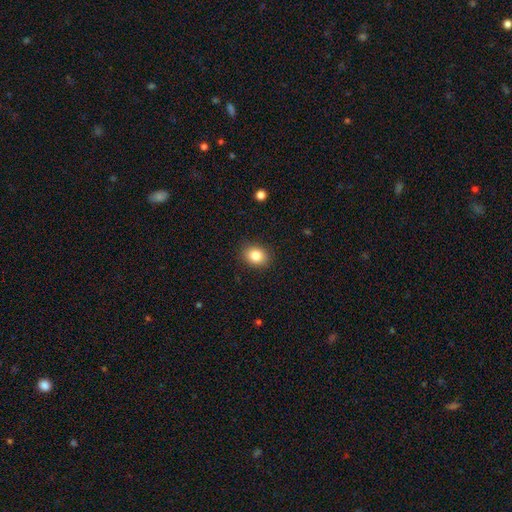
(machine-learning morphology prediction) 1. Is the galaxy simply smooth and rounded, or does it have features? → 84% smooth, 9% star or artifact, 6% featured or disk.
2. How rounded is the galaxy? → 51% in between, 48% round, 1% cigar-shaped.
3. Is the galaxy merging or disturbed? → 88% none, 8% minor disturbance, 2% major disturbance, 1% merger.